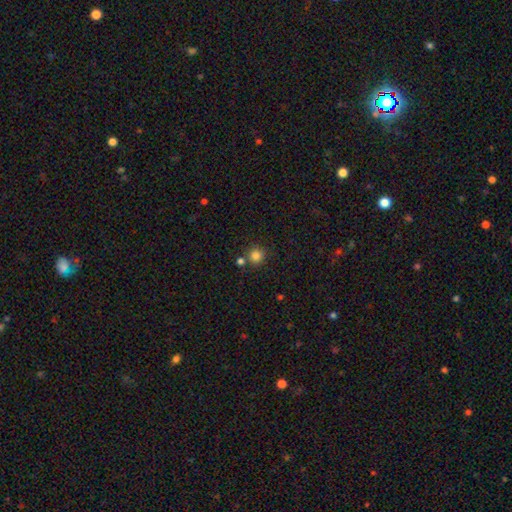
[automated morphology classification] Q: Smooth or featured?
A: smooth (83%); runner-up: star or artifact (12%)
Q: How rounded?
A: round (94%); runner-up: in between (6%)
Q: Merging?
A: none (76%); runner-up: merger (13%)